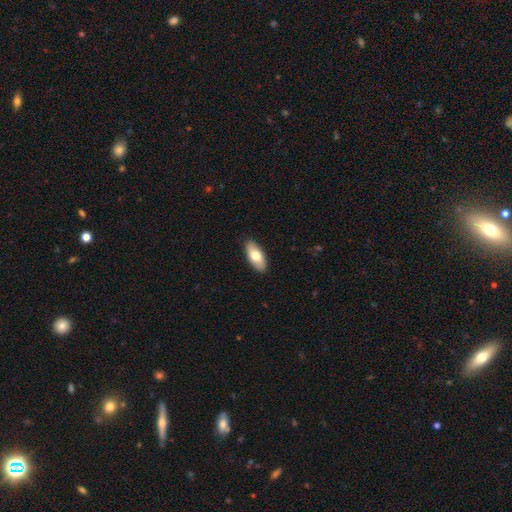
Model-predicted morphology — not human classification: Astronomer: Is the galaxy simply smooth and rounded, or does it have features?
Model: smooth — 74%.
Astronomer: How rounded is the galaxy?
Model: in between — 88%.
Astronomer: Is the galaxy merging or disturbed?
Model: none — 89%.